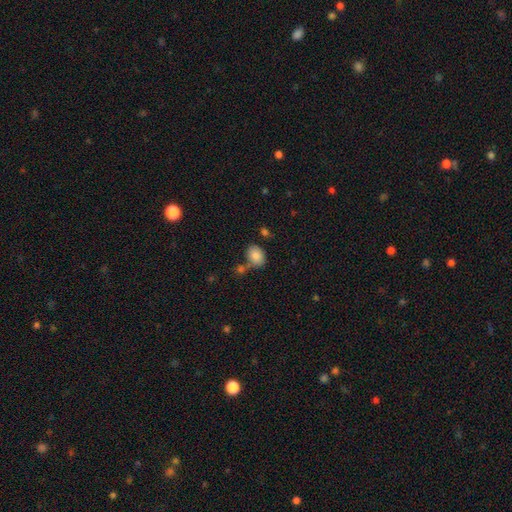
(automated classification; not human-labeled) This is clearly a smooth galaxy (85%). How rounded: likely in between (71%). Merging: likely none (63%).